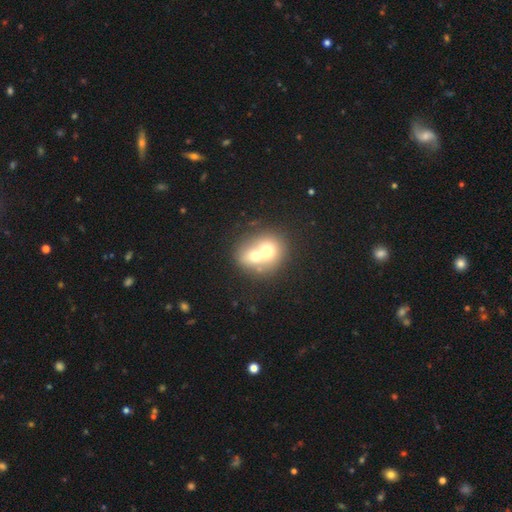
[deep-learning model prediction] Overall: smooth (63%; featured or disk 27%). How rounded: round (71%). Merging: merger (71%).